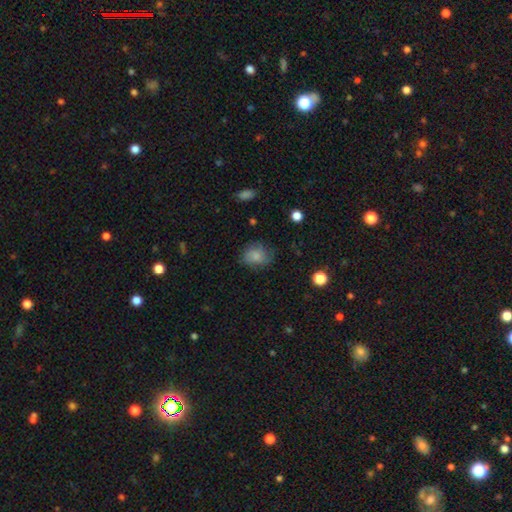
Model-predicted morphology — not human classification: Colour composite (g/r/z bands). It shows a smooth galaxy with no disk features (72%) that is round (59%). Merging: none (62%).